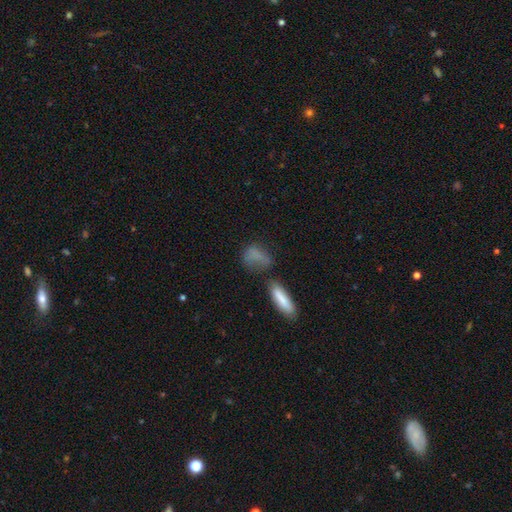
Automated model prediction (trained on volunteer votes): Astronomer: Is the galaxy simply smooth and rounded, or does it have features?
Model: smooth — 72%.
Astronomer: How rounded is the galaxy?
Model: in between — 60%.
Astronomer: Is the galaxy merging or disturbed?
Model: none — 40% (runner-up: minor disturbance, 22%).